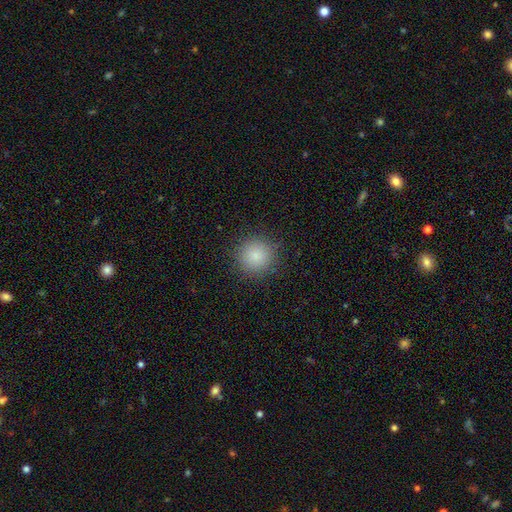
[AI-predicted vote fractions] This is clearly a smooth galaxy (85%). How rounded: clearly round (95%). Merging: clearly none (90%).